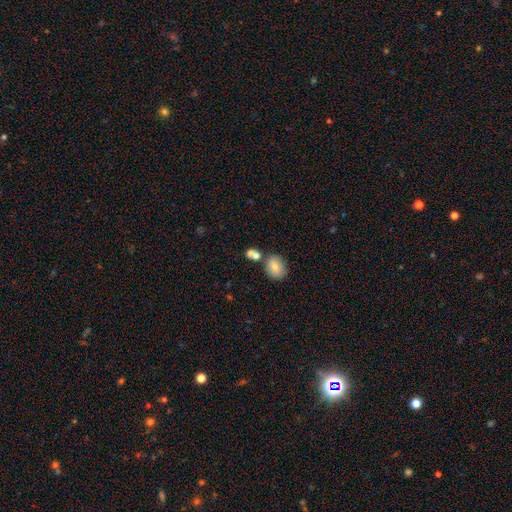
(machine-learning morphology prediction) Smooth or featured? smooth (77%)
How rounded? in between (52%)
Merging? none (44%)